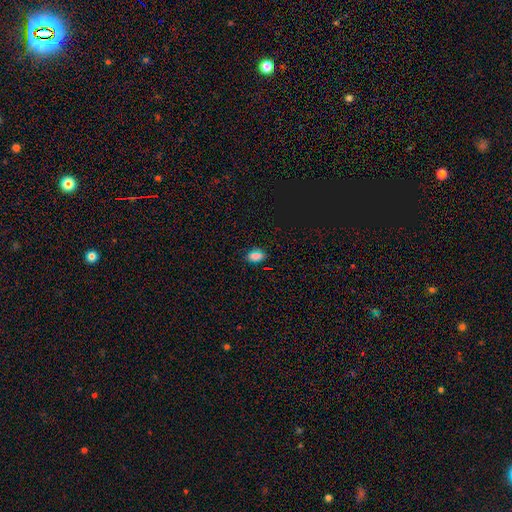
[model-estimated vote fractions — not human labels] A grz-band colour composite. It shows a smooth galaxy with no disk features (73%) that is in between round and cigar-shaped (84%). Merging: none (85%).